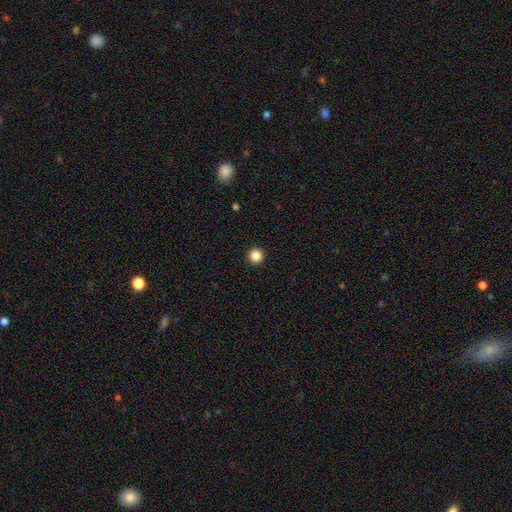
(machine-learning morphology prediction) Overall: smooth (86%). How rounded: round (96%). Merging: none (94%).